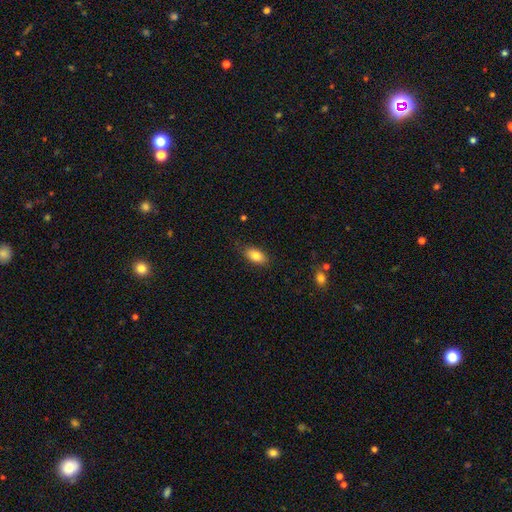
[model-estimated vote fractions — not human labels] This is clearly a smooth galaxy (83%). How rounded: clearly in between (91%). Merging: clearly none (83%).